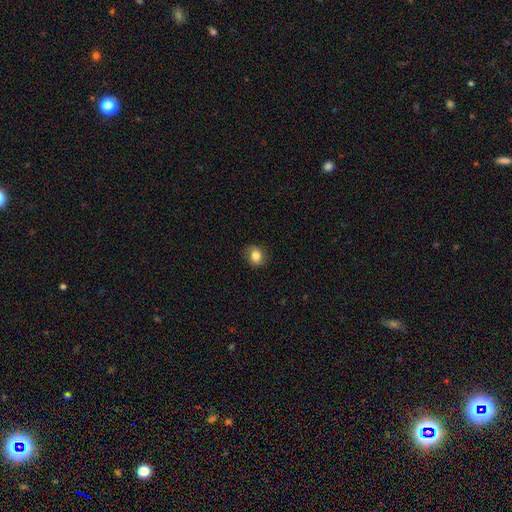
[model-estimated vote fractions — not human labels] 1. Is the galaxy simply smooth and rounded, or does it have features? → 82% smooth, 9% star or artifact, 9% featured or disk.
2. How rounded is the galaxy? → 58% round, 41% in between, 1% cigar-shaped.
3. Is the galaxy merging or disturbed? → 85% none, 11% minor disturbance, 3% major disturbance, 1% merger.